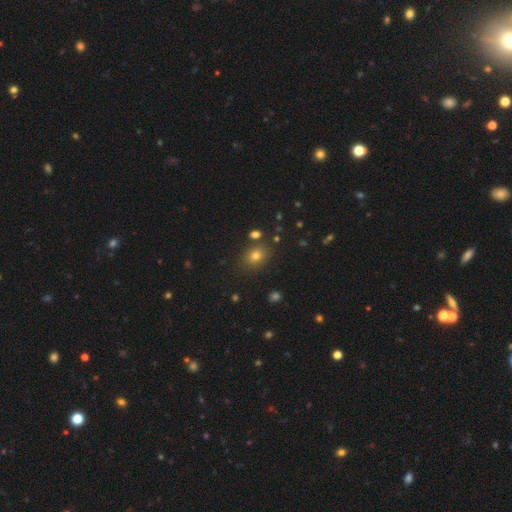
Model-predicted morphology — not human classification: Smooth or featured?
  - smooth: 75% *
  - star or artifact: 16%
  - featured or disk: 9%
How rounded?
  - in between: 52% *
  - round: 47%
  - cigar-shaped: 1%
Merging?
  - none: 81% *
  - minor disturbance: 10%
  - merger: 6%
  - major disturbance: 3%